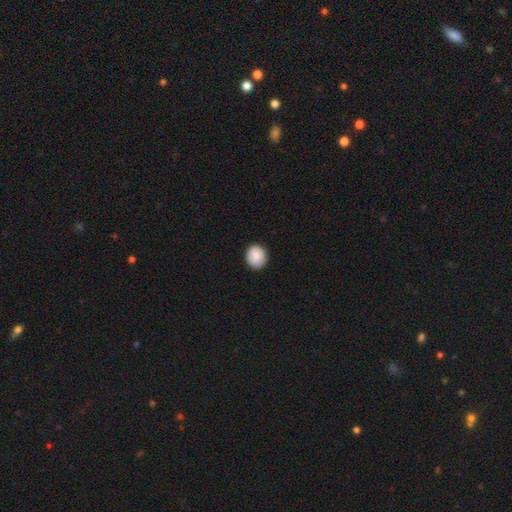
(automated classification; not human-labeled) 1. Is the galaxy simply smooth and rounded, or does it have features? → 88% smooth, 7% star or artifact, 5% featured or disk.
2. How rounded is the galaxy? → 75% round, 24% in between, 1% cigar-shaped.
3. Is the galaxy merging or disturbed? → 89% none, 8% minor disturbance, 2% major disturbance, 1% merger.